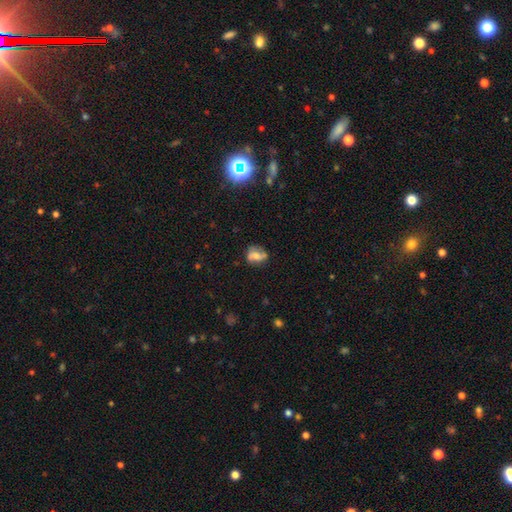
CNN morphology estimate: featured or disk 48%, smooth 42%, star or artifact 10%. Down the decision tree: merging — none (63%).